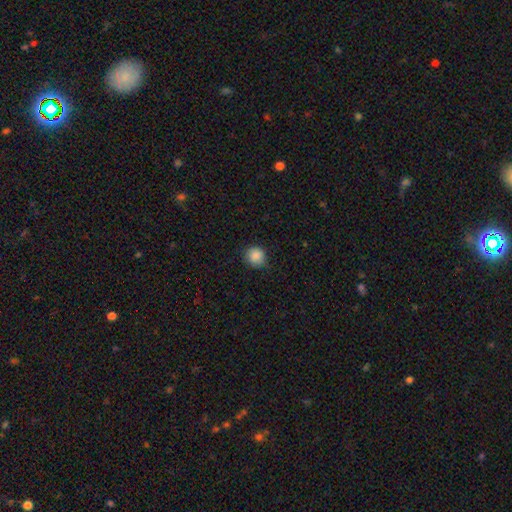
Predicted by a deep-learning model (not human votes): A smooth galaxy with no disk features (87%) that is round (88%). Merging: none (80%).